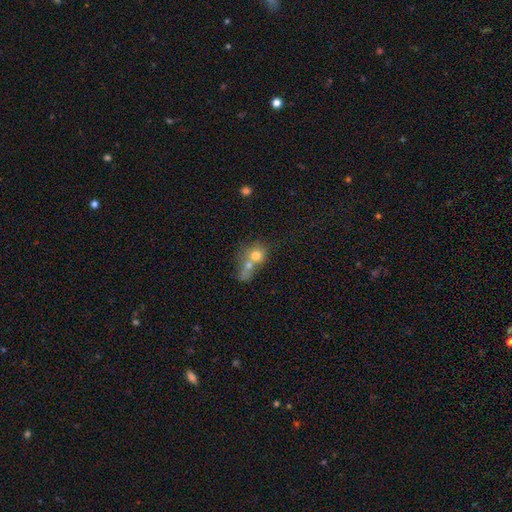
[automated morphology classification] Q: Smooth or featured?
A: smooth (70%); runner-up: featured or disk (19%)
Q: How rounded?
A: round (68%); runner-up: in between (30%)
Q: Merging?
A: merger (68%); runner-up: none (20%)